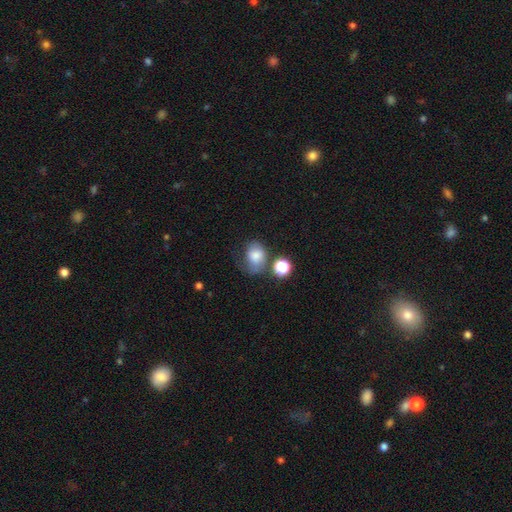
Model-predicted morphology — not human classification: Smooth or featured?
  - smooth: 69% *
  - featured or disk: 19%
  - star or artifact: 11%
How rounded?
  - in between: 50% *
  - round: 49%
  - cigar-shaped: 1%
Merging?
  - none: 37% *
  - minor disturbance: 28%
  - major disturbance: 24%
  - merger: 11%